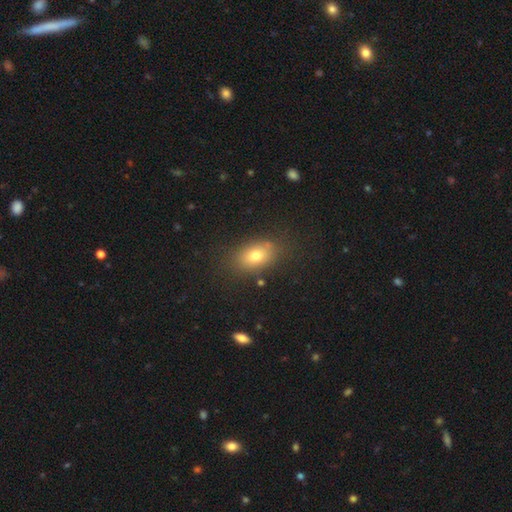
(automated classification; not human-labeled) Overall: smooth (75%). How rounded: in between (80%). Merging: none (80%).